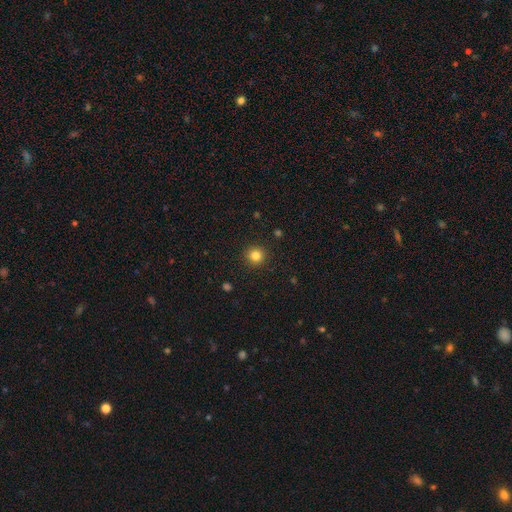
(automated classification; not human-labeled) This is clearly a smooth galaxy (82%). How rounded: clearly round (94%). Merging: clearly none (92%).